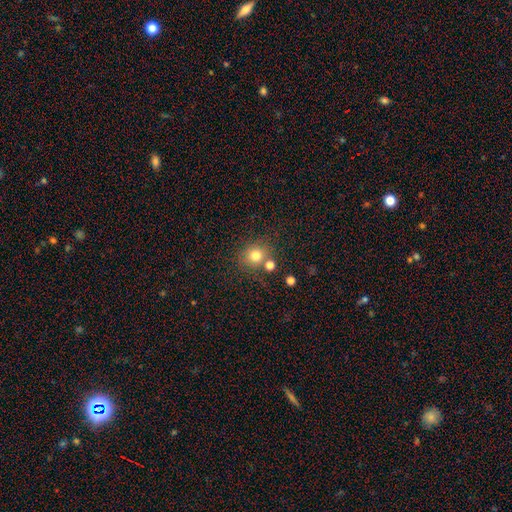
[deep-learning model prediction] A smooth galaxy with no disk features (77%) that is round (82%). Merging: none (70%).